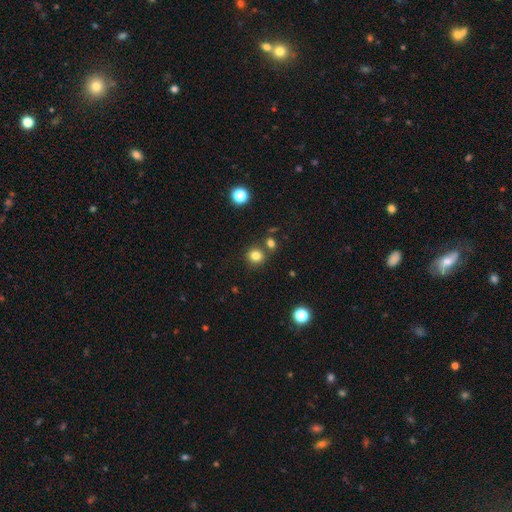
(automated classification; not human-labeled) This is clearly a smooth galaxy (81%). How rounded: clearly round (87%). Merging: likely none (79%).